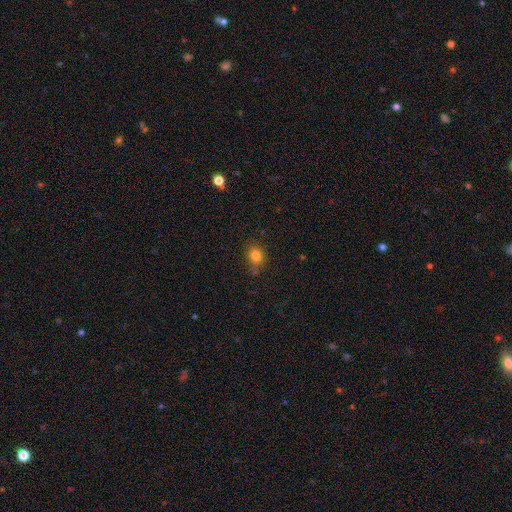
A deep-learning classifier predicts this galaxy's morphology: This is clearly a smooth galaxy (81%). How rounded: likely round (61%). Merging: likely none (74%).